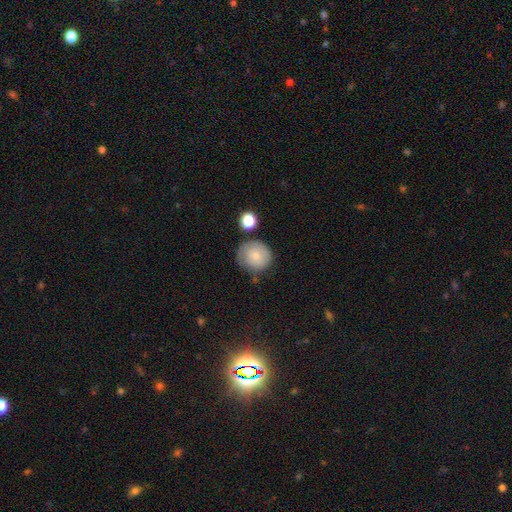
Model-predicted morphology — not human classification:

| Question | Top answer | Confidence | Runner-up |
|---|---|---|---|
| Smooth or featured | smooth | 77% | featured or disk (15%) |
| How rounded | round | 89% | in between (10%) |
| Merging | none | 66% | minor disturbance (22%) |